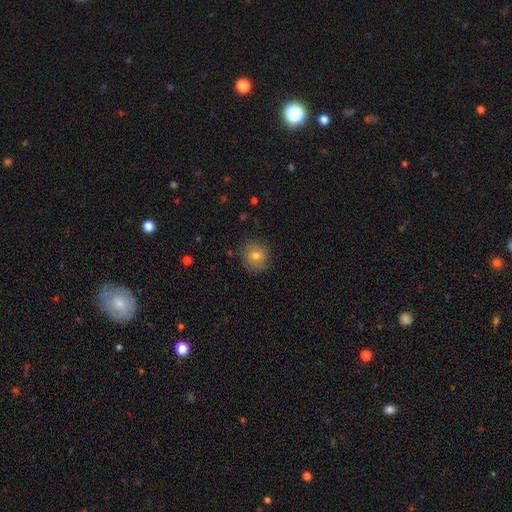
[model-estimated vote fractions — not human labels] Morphology: type=smooth (71%); roundness=round (86%); merging=none (84%).